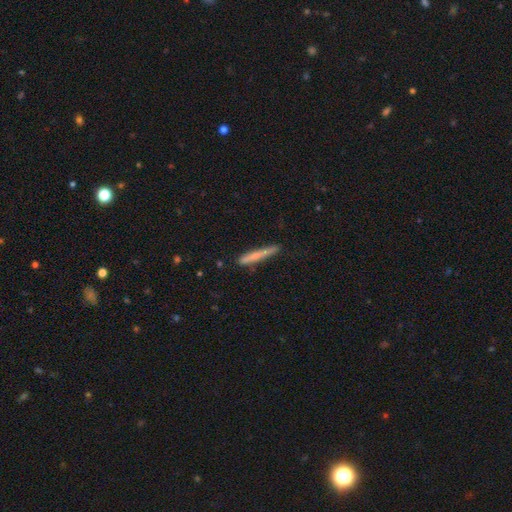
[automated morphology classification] The model was most divided on "smooth or featured": smooth: 67%, featured or disk: 27%, star or artifact: 6%. More confident: how rounded — cigar-shaped (96%); merging — none (78%).